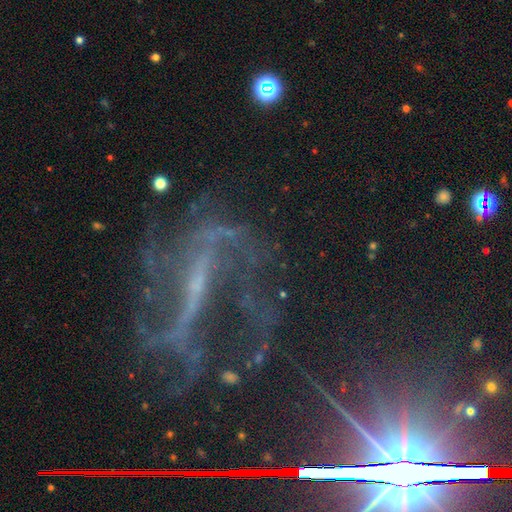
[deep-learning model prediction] A featured or disk galaxy (71%) with a strong bar (49%), 2 (41%) loose (55%) spiral arms (83%) and a small central bulge (57%).

Vote fractions:
- Smooth or featured? featured or disk: 71% / star or artifact: 22% / smooth: 7%
- Edge-on disk? no: 88% / yes: 12%
- Bar? strong: 49% / weak: 30% / no: 21%
- Spiral arms? yes: 83% / no: 17%
- Spiral winding? loose: 55% / medium: 31% / tight: 14%
- Spiral arm count? 2: 41% / can't tell: 25% / 3: 11% / 1: 8% / 4: 8% / more than 4: 7%
- Bulge size? small: 57% / none: 24% / moderate: 15% / large: 2% / dominant: 2%
- Merging? none: 51% / major disturbance: 28% / minor disturbance: 17% / merger: 4%